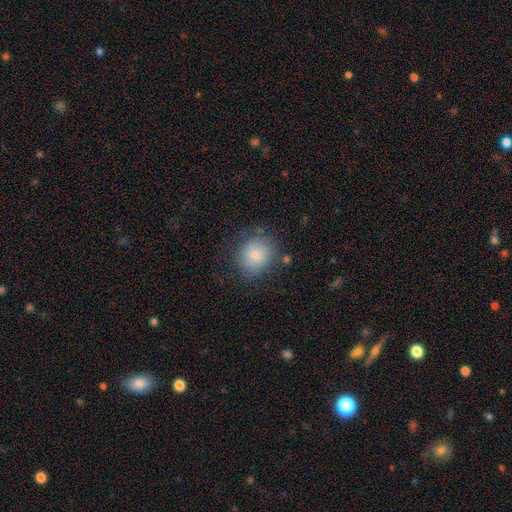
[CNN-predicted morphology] smooth_or_featured: smooth (p=0.81) [alt: featured or disk p=0.10]
how_rounded: round (p=0.82) [alt: in between p=0.17]
merging: none (p=0.74) [alt: minor disturbance p=0.17]